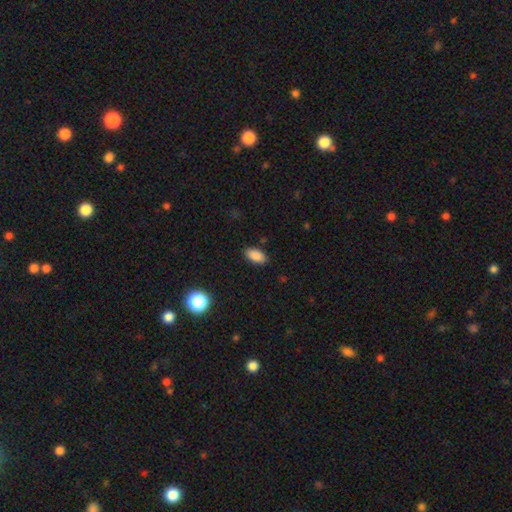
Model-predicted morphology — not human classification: The model was most divided on "merging": none: 86%, minor disturbance: 10%, major disturbance: 2%, merger: 1%. More confident: how rounded — in between (92%); smooth or featured — smooth (87%).